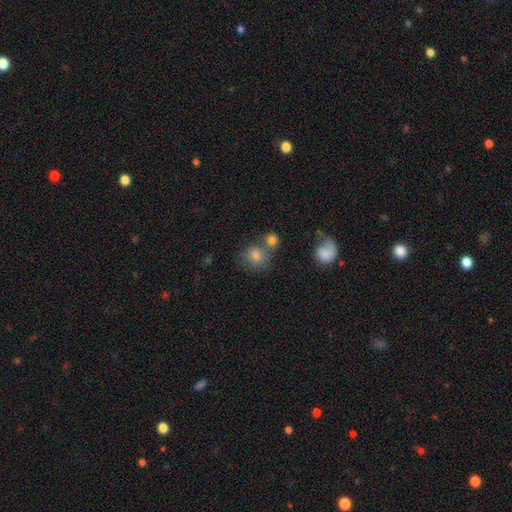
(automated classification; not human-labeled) Overall: smooth (80%). How rounded: round (77%). Merging: none (45%; merger 37%).